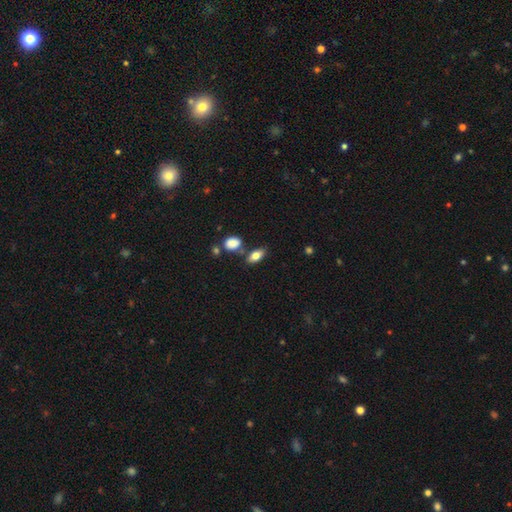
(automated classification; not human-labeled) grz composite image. It shows a smooth galaxy with no disk features (76%) that is in between round and cigar-shaped (84%). Merging: none (73%).